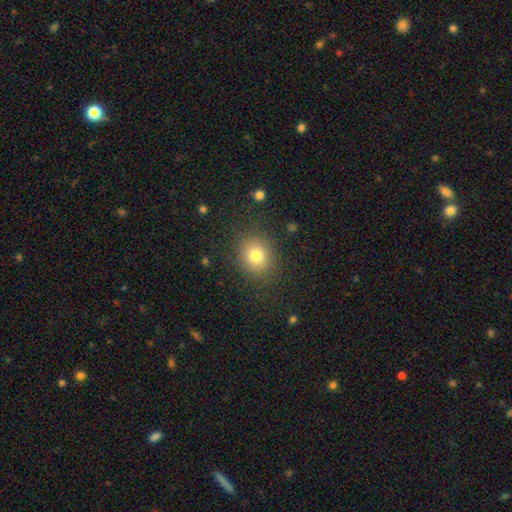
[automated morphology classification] Smooth or featured: smooth — 78% (star or artifact — 13%)
How rounded: round — 68% (in between — 31%)
Merging: none — 84% (minor disturbance — 10%)